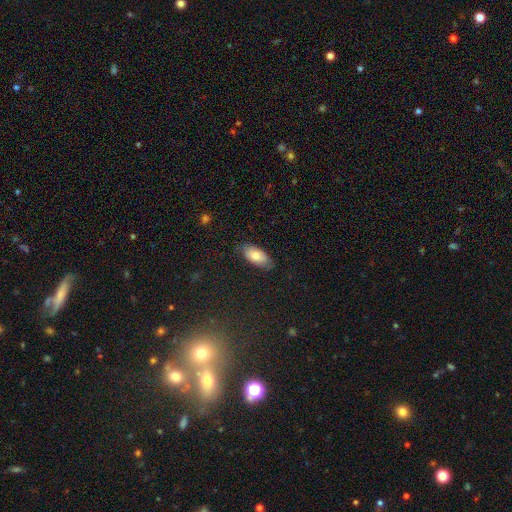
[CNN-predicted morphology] type=smooth (80%); roundness=in between (90%); merging=none (80%).